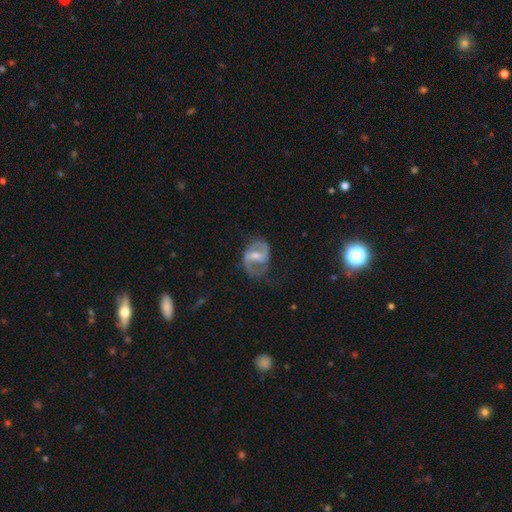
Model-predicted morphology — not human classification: Smooth or featured? Predicted: featured or disk (p=0.85). Edge-on disk? Predicted: no (p=0.97). Bar? Predicted: weak (p=0.51). Spiral arms? Predicted: yes (p=0.93). Spiral winding? Predicted: medium (p=0.54). Spiral arm count? Predicted: 2 (p=0.89). Bulge size? Predicted: moderate (p=0.56). Merging? Predicted: none (p=0.62).